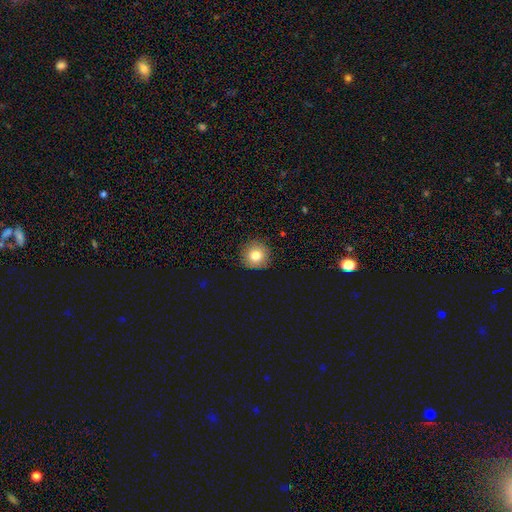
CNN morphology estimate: Smooth or featured: smooth — 79% (featured or disk — 11%)
How rounded: round — 94% (in between — 5%)
Merging: none — 88% (minor disturbance — 9%)